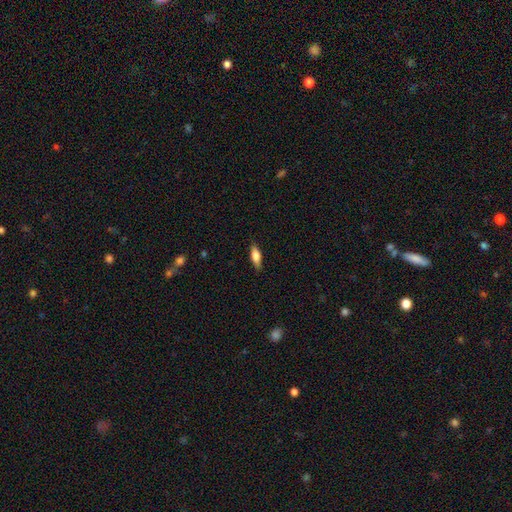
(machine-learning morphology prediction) Overall: smooth (73%). How rounded: in between (61%; cigar-shaped 36%). Merging: none (85%).